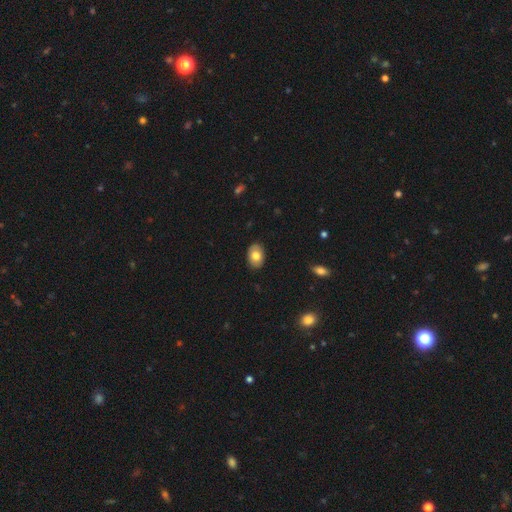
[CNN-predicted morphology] Smooth or featured? Predicted: smooth (p=0.79). How rounded? Predicted: in between (p=0.84). Merging? Predicted: none (p=0.88).